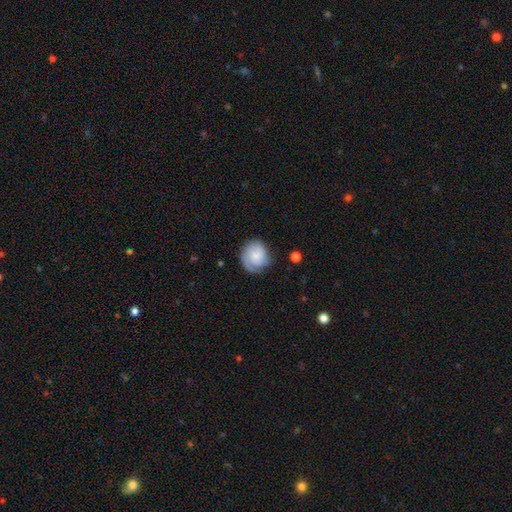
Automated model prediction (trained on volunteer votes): Q: Smooth or featured?
A: featured or disk (55%); runner-up: smooth (38%)
Q: Edge-on disk?
A: no (98%); runner-up: yes (2%)
Q: Bar?
A: no (77%); runner-up: weak (21%)
Q: Spiral arms?
A: yes (90%); runner-up: no (10%)
Q: Bulge size?
A: small (47%); runner-up: moderate (31%)
Q: Merging?
A: none (67%); runner-up: minor disturbance (22%)